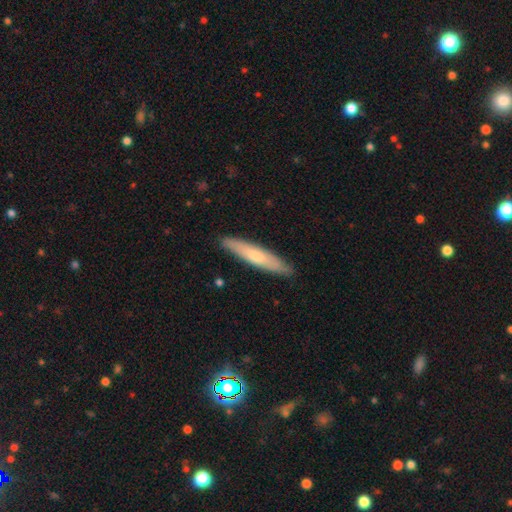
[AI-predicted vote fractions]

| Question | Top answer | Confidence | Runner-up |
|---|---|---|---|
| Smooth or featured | smooth | 60% | featured or disk (35%) |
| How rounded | cigar-shaped | 88% | in between (10%) |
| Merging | none | 89% | minor disturbance (9%) |